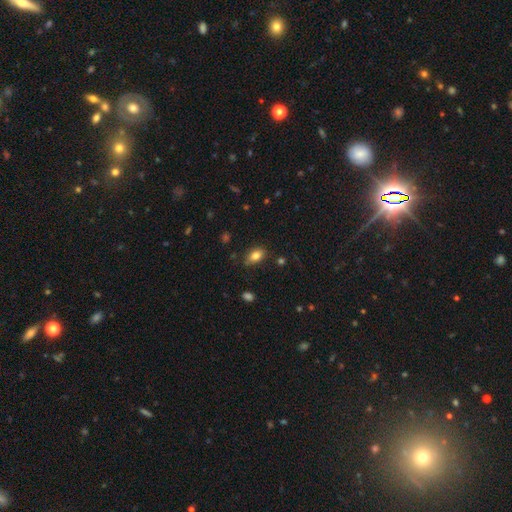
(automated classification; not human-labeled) Morphology: type=smooth (81%); roundness=in between (85%); merging=none (75%).